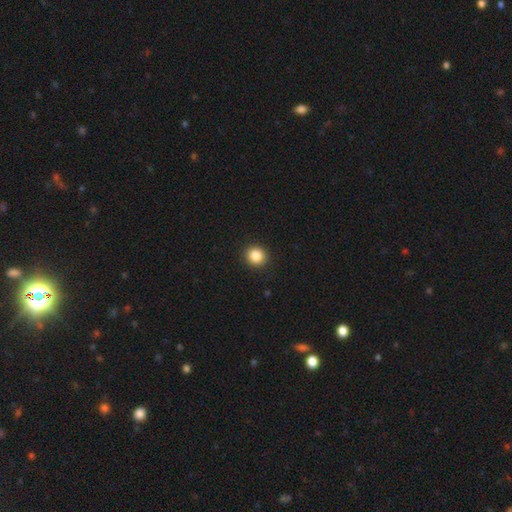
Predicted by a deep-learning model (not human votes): Smooth or featured?
  - smooth: 85% *
  - star or artifact: 10%
  - featured or disk: 4%
How rounded?
  - round: 89% *
  - in between: 11%
  - cigar-shaped: 1%
Merging?
  - none: 92% *
  - minor disturbance: 5%
  - major disturbance: 2%
  - merger: 1%